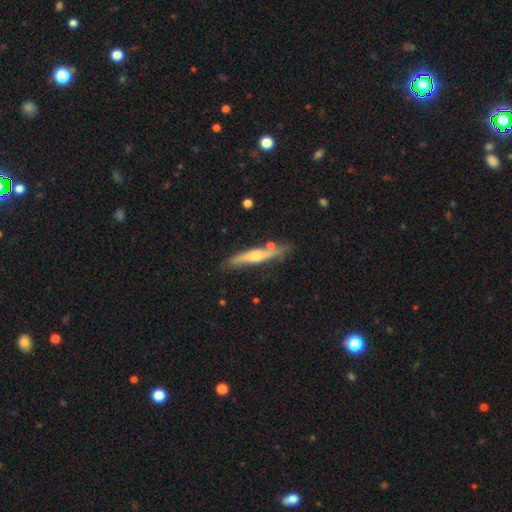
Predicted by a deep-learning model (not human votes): A featured or disk galaxy (61%) viewed edge-on (89%) with a rounded central bulge (79%).

Vote fractions:
- Smooth or featured? featured or disk: 61% / smooth: 33% / star or artifact: 6%
- Edge-on disk? yes: 89% / no: 11%
- Edge-on bulge? rounded: 79% / none: 15% / boxy: 6%
- Merging? none: 75% / minor disturbance: 17% / merger: 5% / major disturbance: 4%